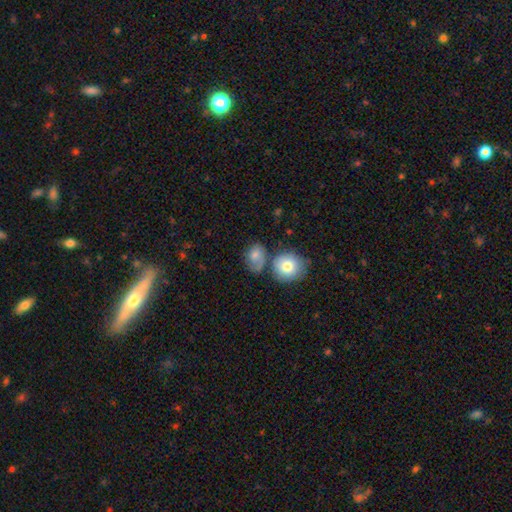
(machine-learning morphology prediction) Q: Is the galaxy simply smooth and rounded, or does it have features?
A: smooth — 76%.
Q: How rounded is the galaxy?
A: in between — 57%.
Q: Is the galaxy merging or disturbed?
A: none — 44%.